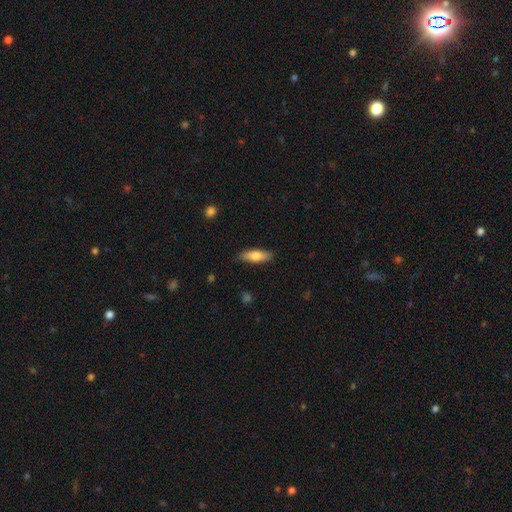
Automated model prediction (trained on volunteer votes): Morphology: type=smooth (70%); roundness=cigar-shaped (49%, tied with in between); merging=none (86%).